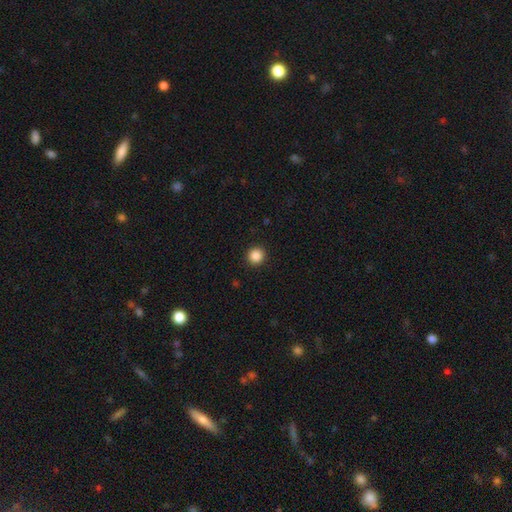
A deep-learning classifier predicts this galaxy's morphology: smooth-or-featured: smooth: 87% | star or artifact: 10% | featured or disk: 3%
  how-rounded: round: 95% | in between: 4% | cigar-shaped: 1%
  merging: none: 93% | minor disturbance: 4% | major disturbance: 2% | merger: 1%